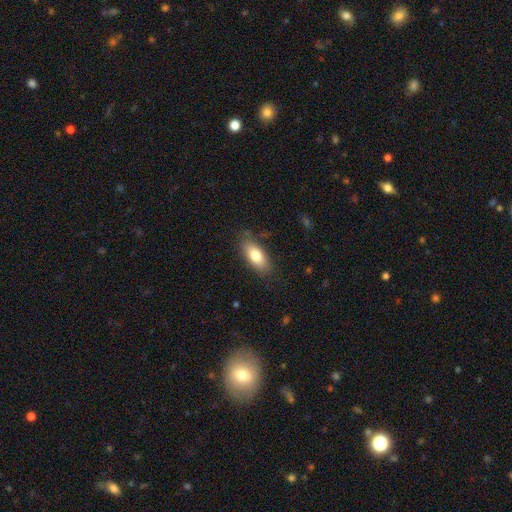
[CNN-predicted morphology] smooth-or-featured: smooth: 78% | featured or disk: 15% | star or artifact: 7%
  how-rounded: in between: 84% | cigar-shaped: 13% | round: 3%
  merging: none: 81% | minor disturbance: 14% | major disturbance: 4% | merger: 1%